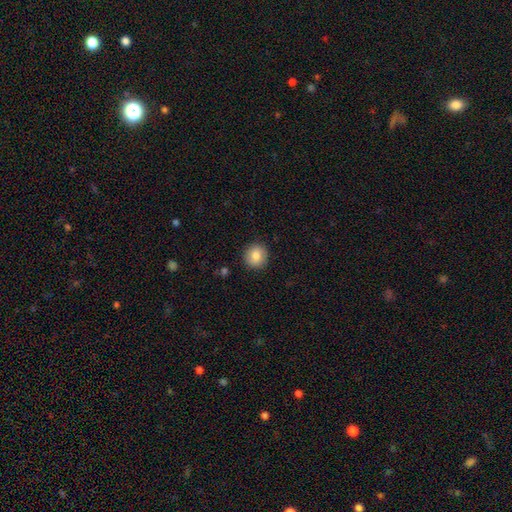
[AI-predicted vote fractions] Smooth or featured? smooth (84%)
How rounded? round (91%)
Merging? none (91%)